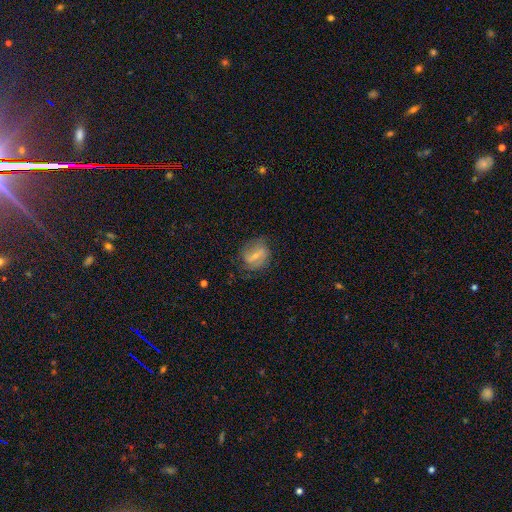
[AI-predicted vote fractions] This appears to be a featured or disk galaxy (53%). Merging: none (69%).